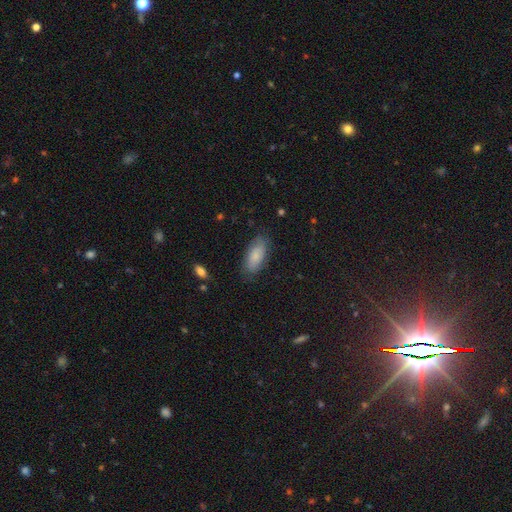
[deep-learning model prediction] Morphology: type=smooth (77%); roundness=in between (86%); merging=none (78%).